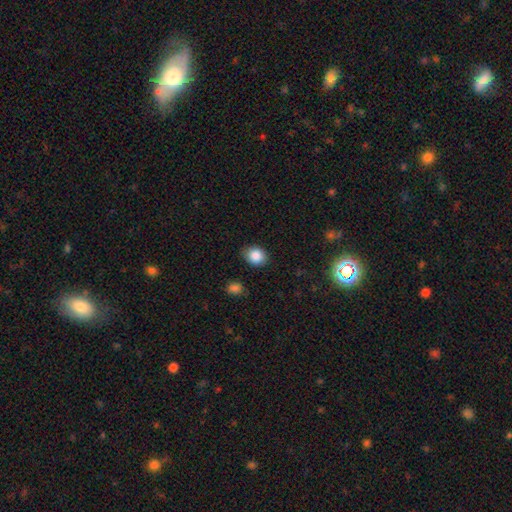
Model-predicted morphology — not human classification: Smooth or featured? Predicted: smooth (p=0.86). How rounded? Predicted: round (p=0.59). Merging? Predicted: none (p=0.83).